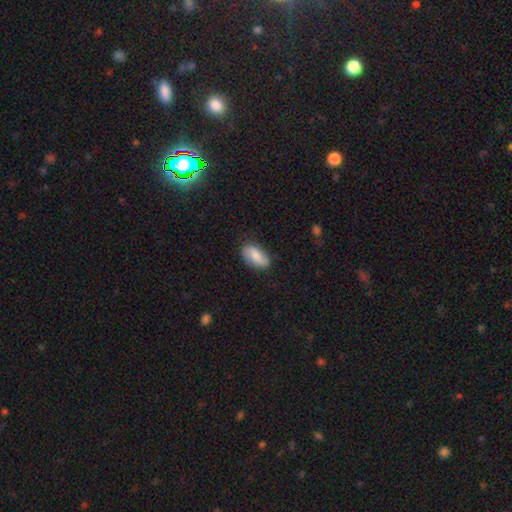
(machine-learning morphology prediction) type=smooth (68%); roundness=in between (91%); merging=none (78%).